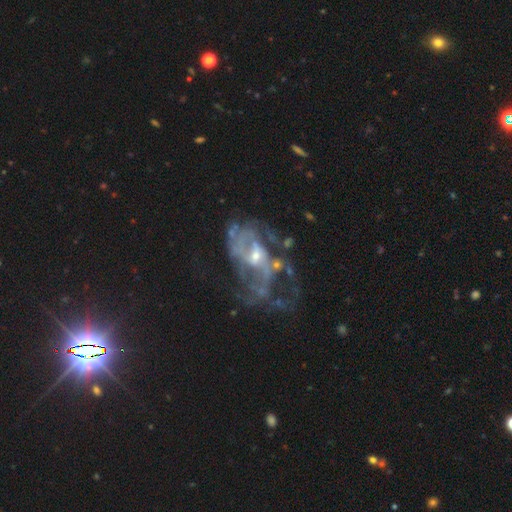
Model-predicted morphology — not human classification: featured or disk 82%, star or artifact 9%, smooth 9%. Down the decision tree: edge-on disk — no (97%); bar — no (50%); spiral arms — yes (70%); spiral arm count — can't tell (41%); spiral winding — medium (42%); bulge size — small (59%); merging — major disturbance (40%).